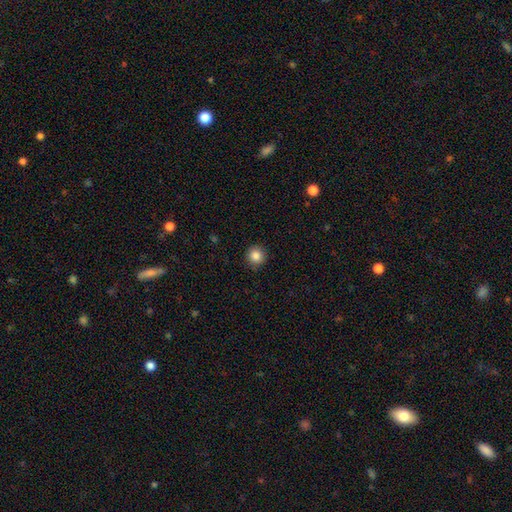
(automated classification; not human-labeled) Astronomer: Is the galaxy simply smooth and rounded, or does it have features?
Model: smooth — 86%.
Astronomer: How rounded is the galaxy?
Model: round — 94%.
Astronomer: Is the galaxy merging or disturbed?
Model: none — 92%.